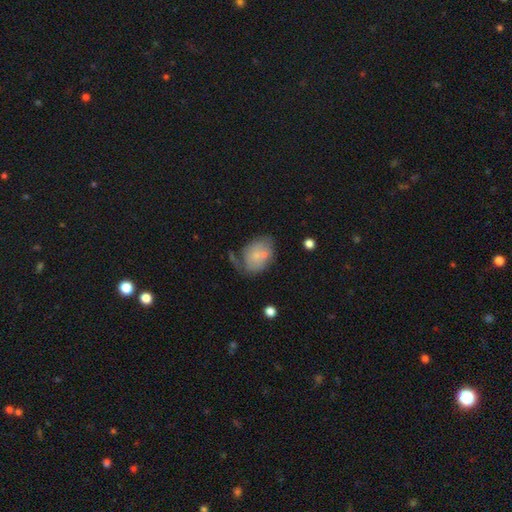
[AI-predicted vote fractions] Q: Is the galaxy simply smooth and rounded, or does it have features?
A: smooth — 66%.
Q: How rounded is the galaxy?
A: in between — 72%.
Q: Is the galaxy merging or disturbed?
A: none — 40%.